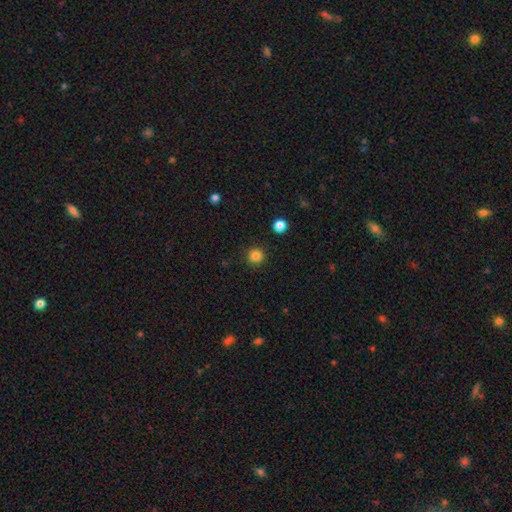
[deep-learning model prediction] Q: Smooth or featured?
A: smooth (83%); runner-up: star or artifact (12%)
Q: How rounded?
A: round (95%); runner-up: in between (4%)
Q: Merging?
A: none (91%); runner-up: minor disturbance (5%)